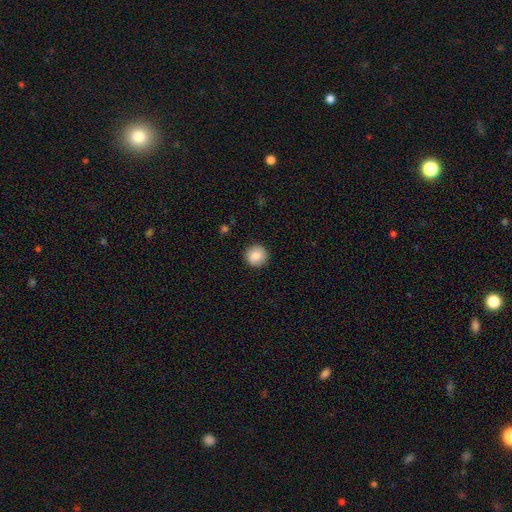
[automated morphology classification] The model was most divided on "smooth or featured": smooth: 86%, star or artifact: 8%, featured or disk: 7%. More confident: how rounded — round (95%); merging — none (91%).